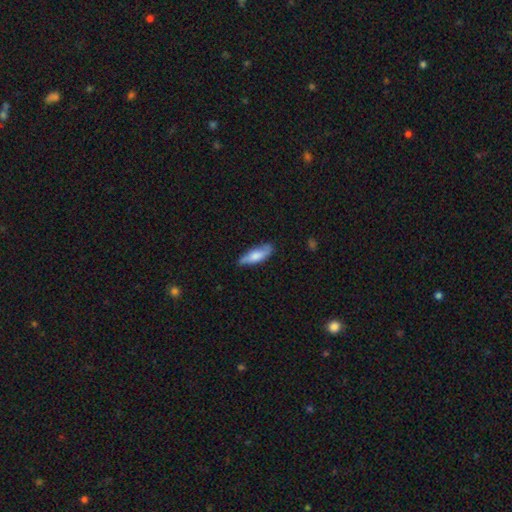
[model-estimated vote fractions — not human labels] Smooth or featured?
  - smooth: 70% *
  - featured or disk: 24%
  - star or artifact: 6%
How rounded?
  - in between: 56% *
  - cigar-shaped: 42%
  - round: 2%
Merging?
  - none: 73% *
  - minor disturbance: 22%
  - major disturbance: 4%
  - merger: 2%